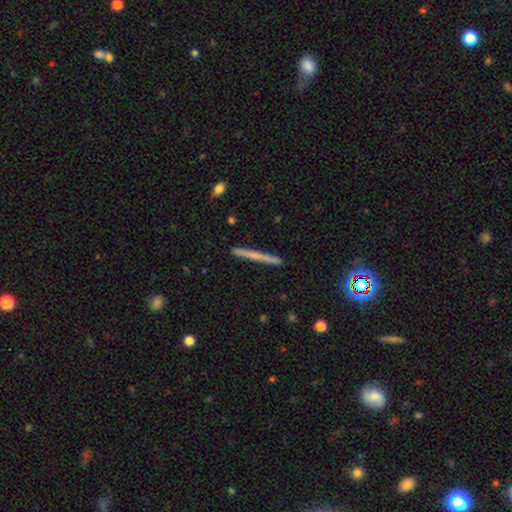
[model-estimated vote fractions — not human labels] Smooth or featured? Predicted: smooth (p=0.48). Merging? Predicted: none (p=0.91).